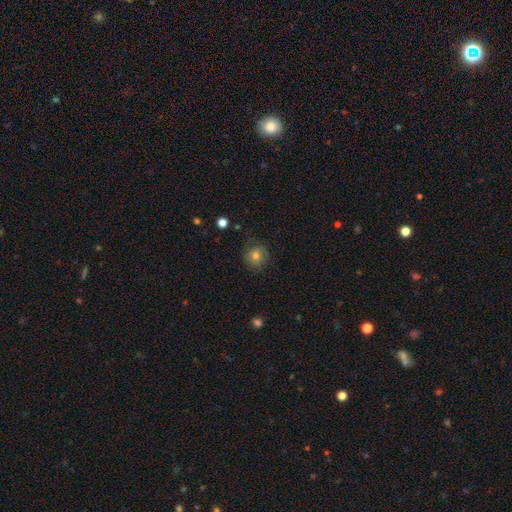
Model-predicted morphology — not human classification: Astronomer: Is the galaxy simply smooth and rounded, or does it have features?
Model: smooth — 70%.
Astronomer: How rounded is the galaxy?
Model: round — 88%.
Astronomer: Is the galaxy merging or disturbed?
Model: none — 76%.